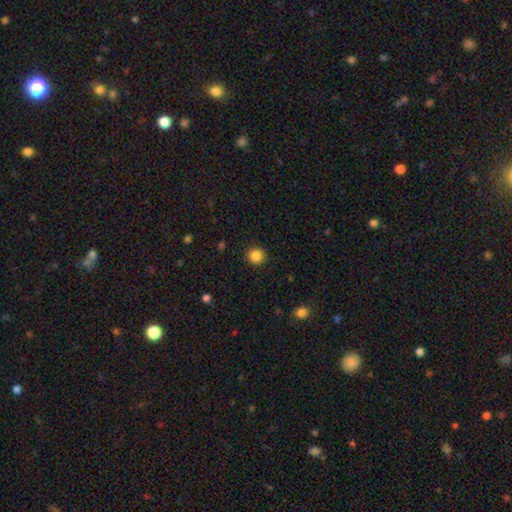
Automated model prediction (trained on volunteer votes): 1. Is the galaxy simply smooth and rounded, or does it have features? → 86% smooth, 11% star or artifact, 3% featured or disk.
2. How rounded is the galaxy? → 93% round, 6% in between, 1% cigar-shaped.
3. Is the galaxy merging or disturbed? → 92% none, 5% minor disturbance, 2% major disturbance, 1% merger.